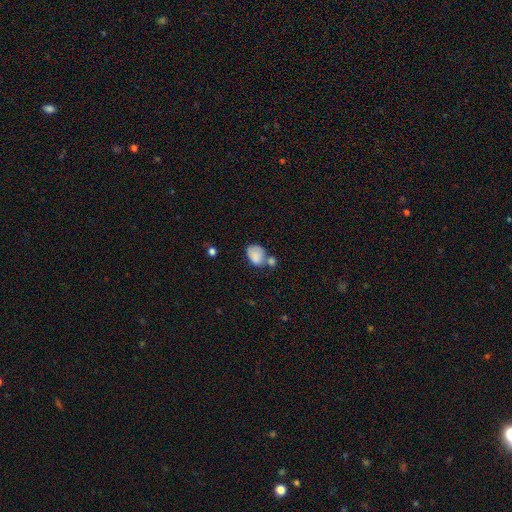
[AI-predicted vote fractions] Q: Smooth or featured?
A: smooth (81%); runner-up: featured or disk (11%)
Q: How rounded?
A: in between (74%); runner-up: round (25%)
Q: Merging?
A: merger (38%); runner-up: none (32%)